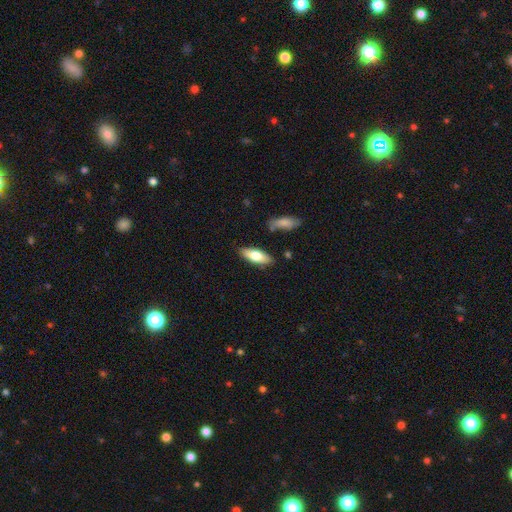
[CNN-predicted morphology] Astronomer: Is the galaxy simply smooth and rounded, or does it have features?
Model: smooth — 72%.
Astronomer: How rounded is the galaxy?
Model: in between — 68%.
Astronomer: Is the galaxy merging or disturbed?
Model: none — 83%.